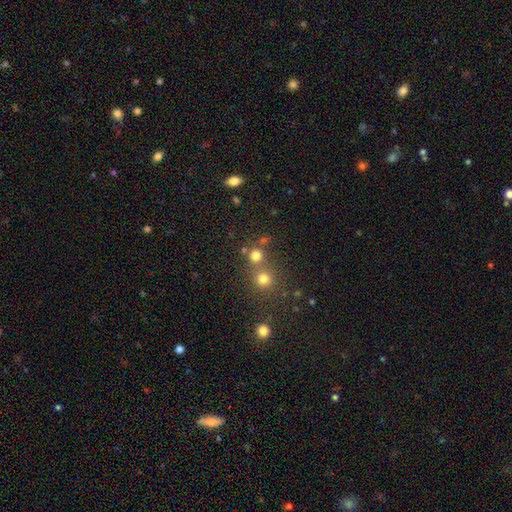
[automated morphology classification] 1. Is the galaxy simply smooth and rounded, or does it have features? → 75% smooth, 18% star or artifact, 7% featured or disk.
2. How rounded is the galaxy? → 91% round, 8% in between, 1% cigar-shaped.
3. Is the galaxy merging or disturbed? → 64% none, 26% merger, 6% minor disturbance, 3% major disturbance.